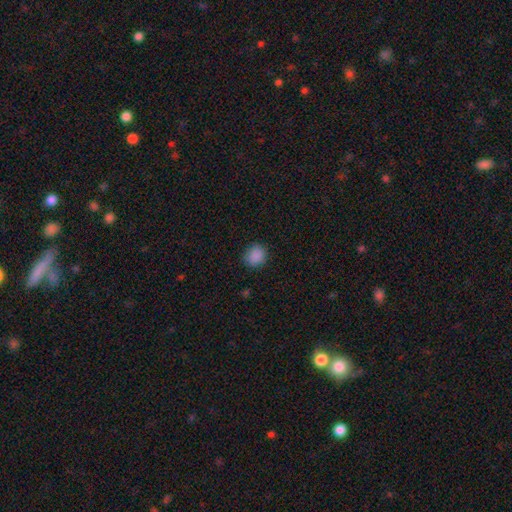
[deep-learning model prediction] Q: Smooth or featured?
A: smooth (88%); runner-up: star or artifact (10%)
Q: How rounded?
A: round (79%); runner-up: in between (20%)
Q: Merging?
A: none (88%); runner-up: minor disturbance (9%)